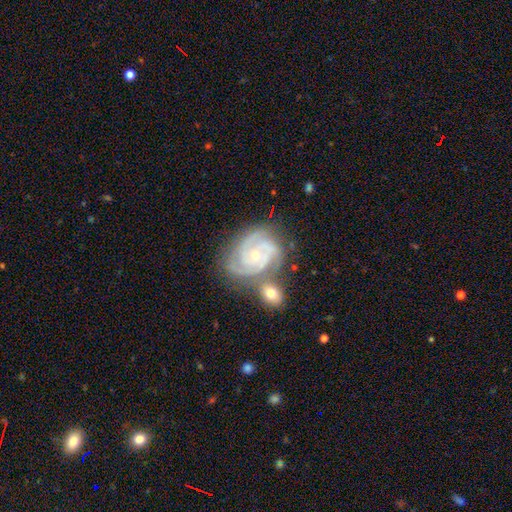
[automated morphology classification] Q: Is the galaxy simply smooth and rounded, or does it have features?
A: featured or disk — 90%.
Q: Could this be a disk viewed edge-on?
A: no — 98%.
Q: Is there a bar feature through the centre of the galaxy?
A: no — 69%.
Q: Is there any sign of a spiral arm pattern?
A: yes — 98%.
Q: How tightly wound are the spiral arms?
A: tight — 70%.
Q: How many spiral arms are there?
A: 3 — 53%.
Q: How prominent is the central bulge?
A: small — 62%.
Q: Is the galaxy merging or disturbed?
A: none — 57%.